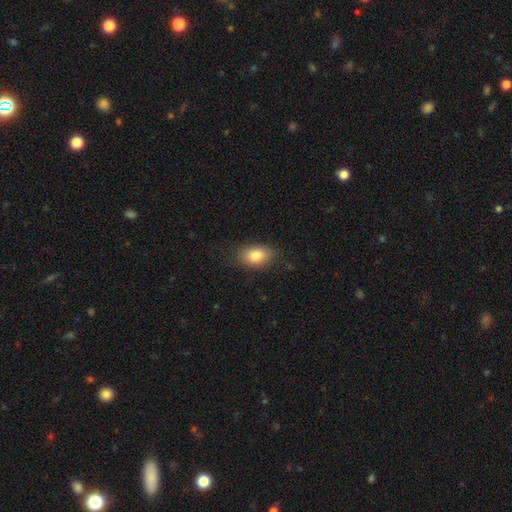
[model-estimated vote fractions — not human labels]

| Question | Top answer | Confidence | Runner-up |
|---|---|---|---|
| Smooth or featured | smooth | 82% | featured or disk (9%) |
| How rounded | in between | 83% | round (15%) |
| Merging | none | 82% | minor disturbance (14%) |